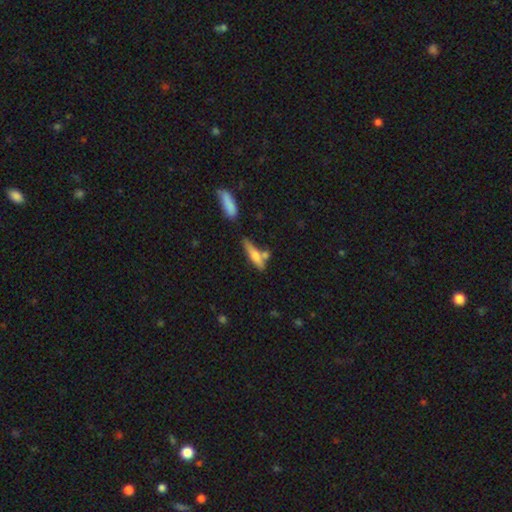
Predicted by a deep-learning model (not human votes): smooth-or-featured: smooth: 63% | featured or disk: 30% | star or artifact: 7%
  how-rounded: cigar-shaped: 73% | in between: 25% | round: 2%
  merging: none: 54% | merger: 21% | minor disturbance: 18% | major disturbance: 6%